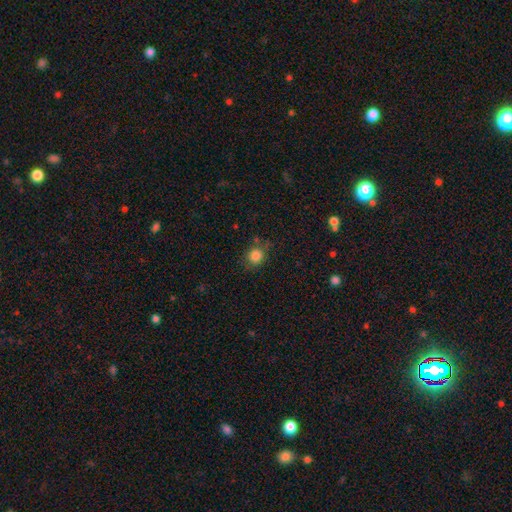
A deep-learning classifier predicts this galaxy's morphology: This appears to be a smooth galaxy with no disk features (84%) that is round (82%). Merging: none (75%).